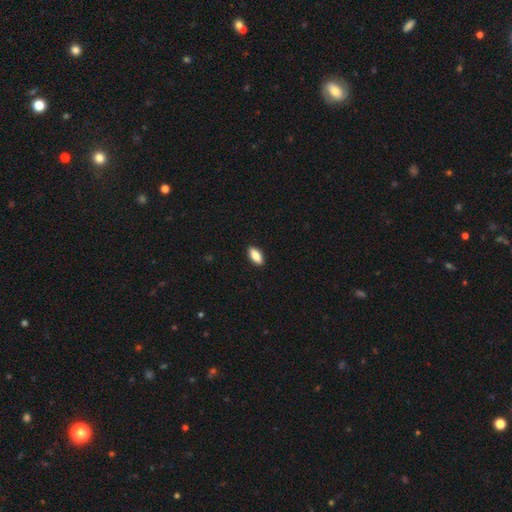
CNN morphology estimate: Smooth or featured? smooth (86%)
How rounded? in between (83%)
Merging? none (90%)